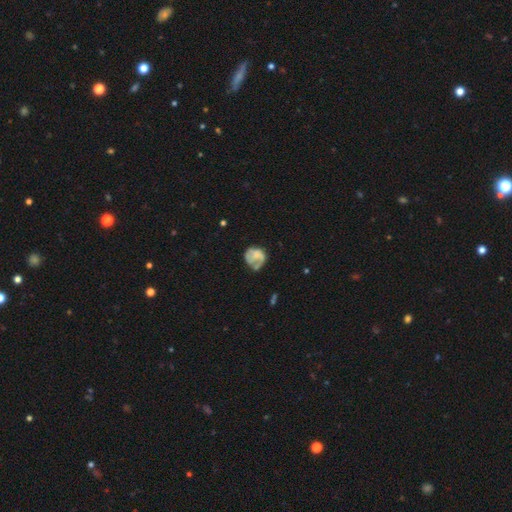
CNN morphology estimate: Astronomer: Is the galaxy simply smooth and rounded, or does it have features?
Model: smooth — 49% (runner-up: featured or disk, 43%).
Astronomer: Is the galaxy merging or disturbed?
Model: none — 42% (runner-up: minor disturbance, 29%).